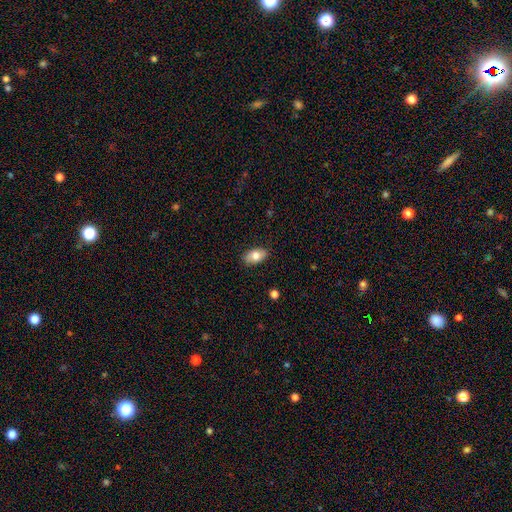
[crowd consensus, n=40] smooth_or_featured: smooth (p=0.80) [alt: featured or disk p=0.10]
how_rounded: in between (p=0.78) [alt: round p=0.22]
merging: none (p=0.86) [alt: minor disturbance p=0.08]